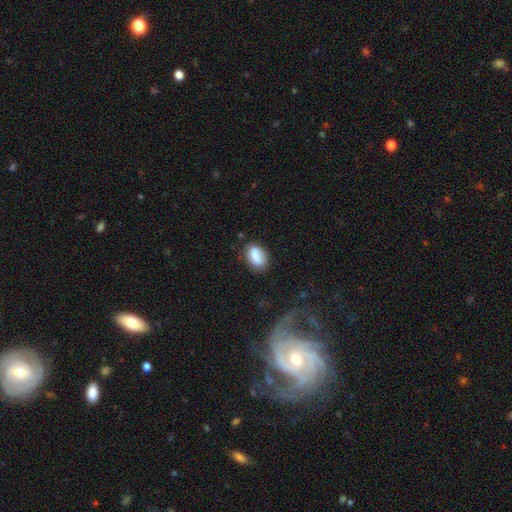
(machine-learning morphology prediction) smooth 79%, featured or disk 13%, star or artifact 8%. Down the decision tree: how rounded — in between (86%); merging — none (71%).